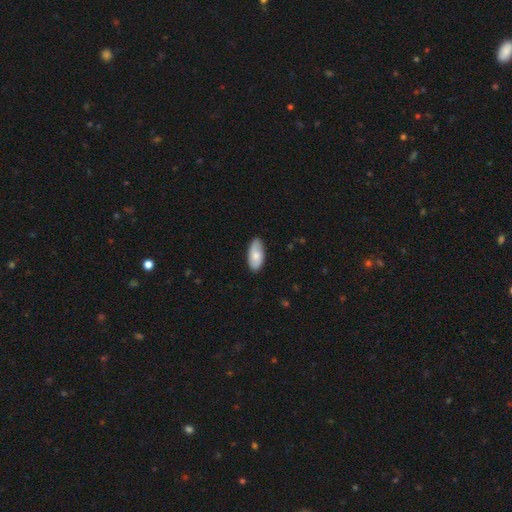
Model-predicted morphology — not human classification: type=smooth (69%); roundness=in between (92%); merging=none (85%).